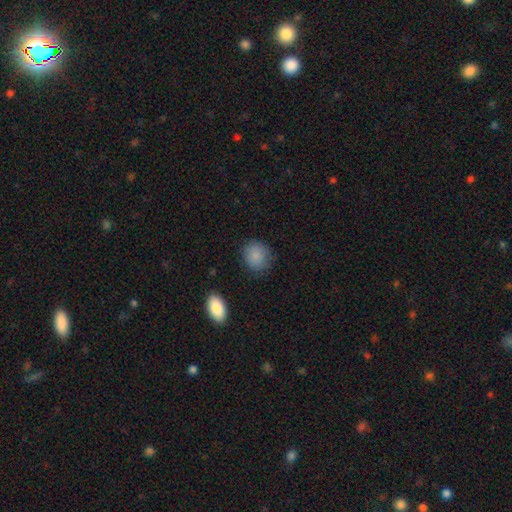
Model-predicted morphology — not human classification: Smooth or featured?
  - smooth: 86% *
  - star or artifact: 8%
  - featured or disk: 5%
How rounded?
  - round: 74% *
  - in between: 25%
  - cigar-shaped: 1%
Merging?
  - none: 80% *
  - minor disturbance: 15%
  - major disturbance: 4%
  - merger: 2%